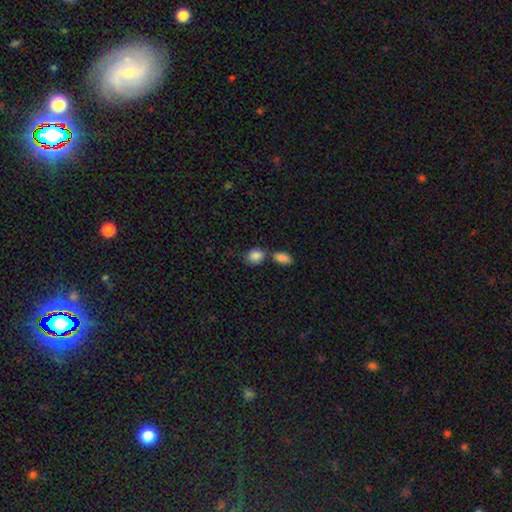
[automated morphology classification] Q: Smooth or featured?
A: smooth (87%); runner-up: star or artifact (8%)
Q: How rounded?
A: in between (63%); runner-up: round (36%)
Q: Merging?
A: none (53%); runner-up: merger (28%)